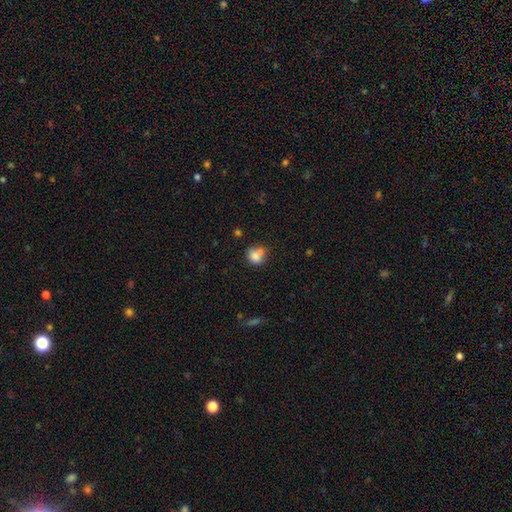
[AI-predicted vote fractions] smooth-or-featured: smooth: 79% | featured or disk: 11% | star or artifact: 11%
  how-rounded: round: 73% | in between: 26% | cigar-shaped: 1%
  merging: none: 48% | minor disturbance: 23% | merger: 22% | major disturbance: 8%